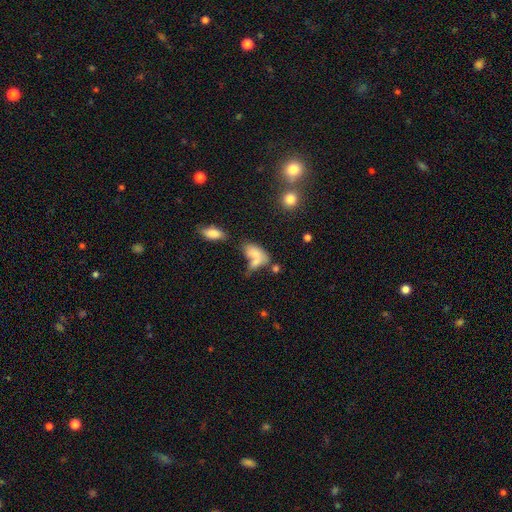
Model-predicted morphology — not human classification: A smooth galaxy with no disk features (73%) that is in between round and cigar-shaped (88%).

Vote fractions:
- Smooth or featured? smooth: 73% / featured or disk: 17% / star or artifact: 10%
- How rounded? in between: 88% / cigar-shaped: 6% / round: 6%
- Merging? merger: 45% / none: 30% / minor disturbance: 15% / major disturbance: 10%